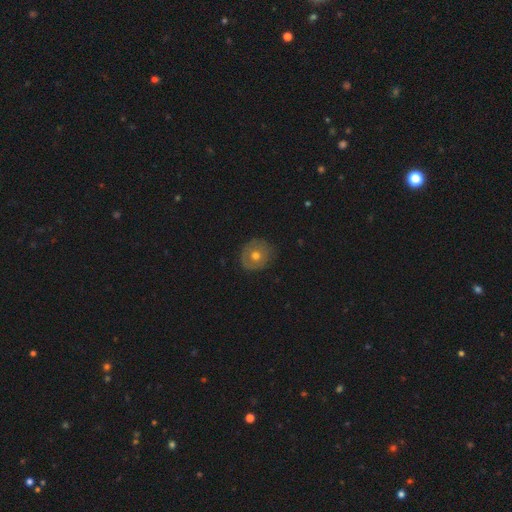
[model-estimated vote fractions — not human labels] Overall: smooth (56%; featured or disk 35%). How rounded: round (85%). Merging: none (82%).